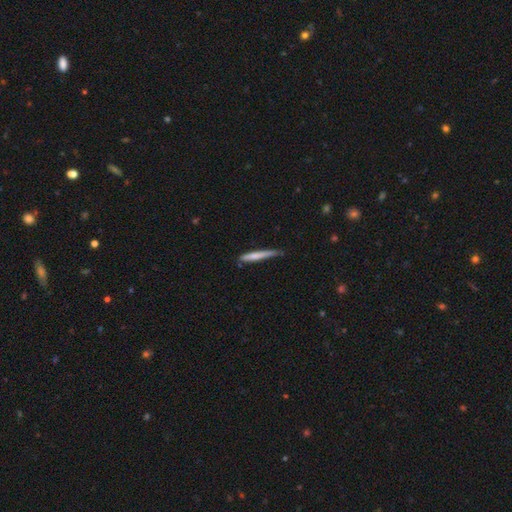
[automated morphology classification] This is likely a smooth galaxy (69%). How rounded: clearly cigar-shaped (96%). Merging: likely none (66%).